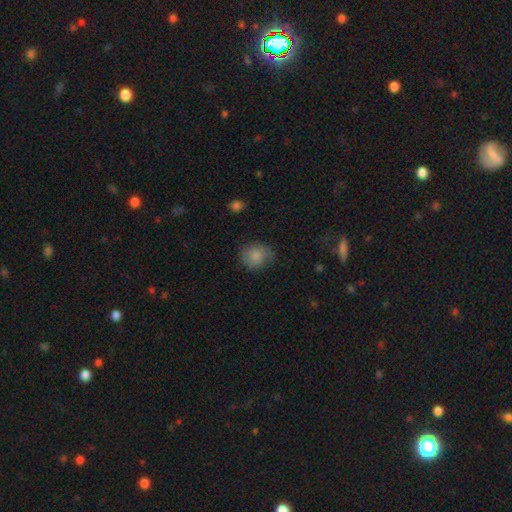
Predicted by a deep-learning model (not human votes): This appears to be a smooth galaxy with no disk features (82%) that is round (73%). Merging: none (72%).